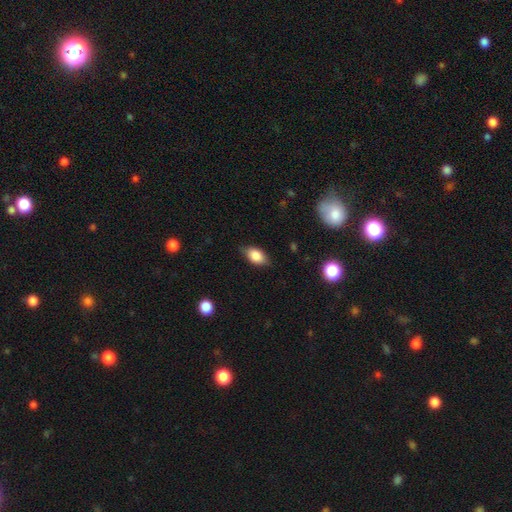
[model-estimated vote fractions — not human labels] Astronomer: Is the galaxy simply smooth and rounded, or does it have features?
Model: smooth — 81%.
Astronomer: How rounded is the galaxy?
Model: in between — 87%.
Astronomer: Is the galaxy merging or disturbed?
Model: none — 78%.